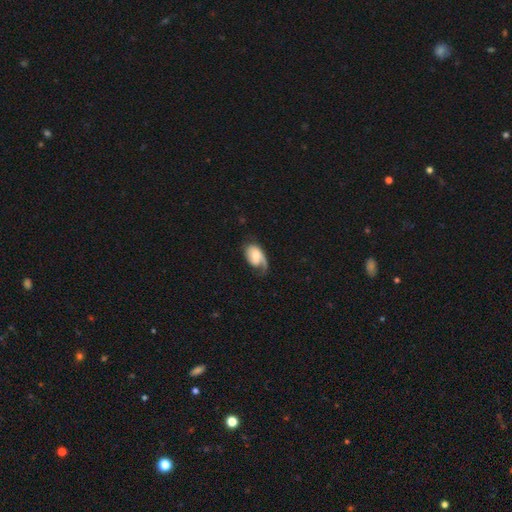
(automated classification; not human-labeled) featured or disk 54%, smooth 39%, star or artifact 7%. Down the decision tree: edge-on disk — no (96%); bar — no (59%); spiral arms — yes (86%); bulge size — moderate (43%); merging — none (41%).